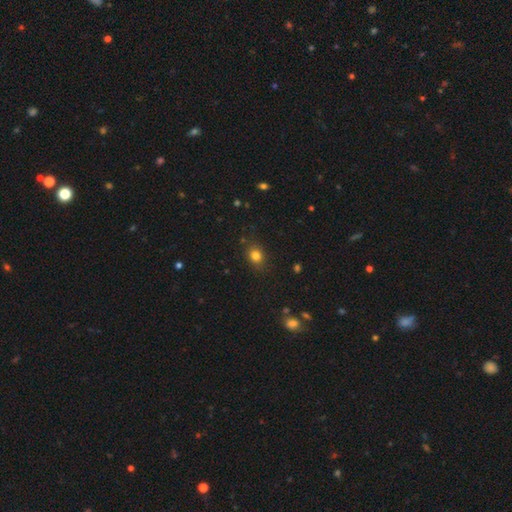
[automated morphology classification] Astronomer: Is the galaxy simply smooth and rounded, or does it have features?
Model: smooth — 80%.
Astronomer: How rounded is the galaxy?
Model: round — 52% (runner-up: in between, 46%).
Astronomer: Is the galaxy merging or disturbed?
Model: none — 83%.